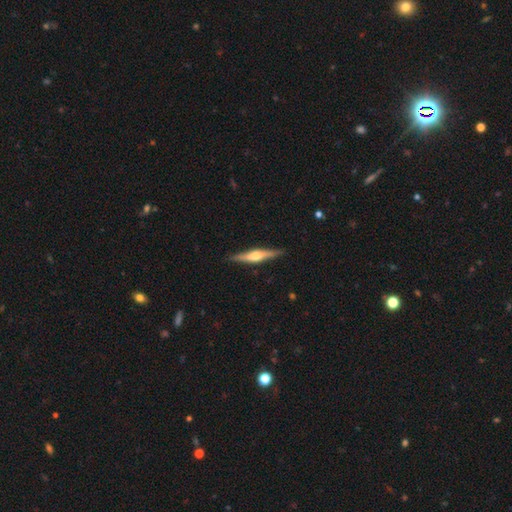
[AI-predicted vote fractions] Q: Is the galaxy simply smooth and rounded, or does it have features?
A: featured or disk — 70%.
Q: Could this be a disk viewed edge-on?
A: yes — 97%.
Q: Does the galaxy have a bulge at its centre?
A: rounded — 89%.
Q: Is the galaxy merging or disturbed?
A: none — 89%.